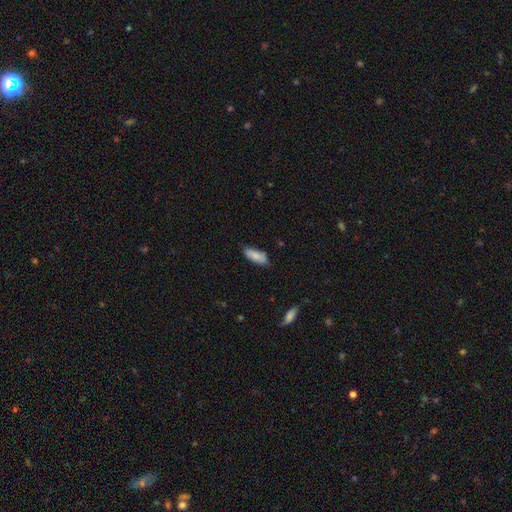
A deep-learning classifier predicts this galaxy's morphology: smooth-or-featured: smooth: 81% | featured or disk: 13% | star or artifact: 6%
  how-rounded: in between: 75% | cigar-shaped: 24% | round: 2%
  merging: none: 73% | minor disturbance: 22% | major disturbance: 3% | merger: 2%